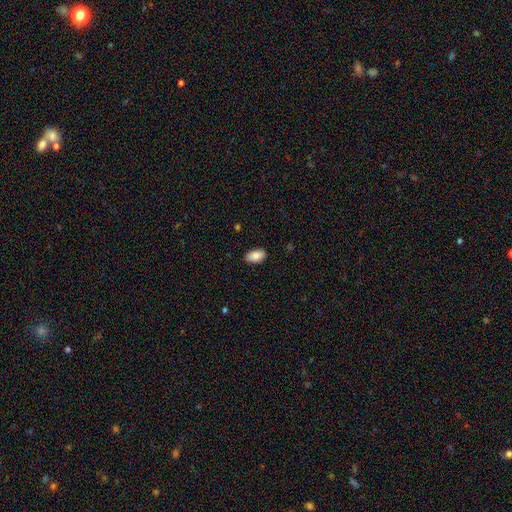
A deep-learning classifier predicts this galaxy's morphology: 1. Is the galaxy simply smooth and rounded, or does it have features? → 87% smooth, 7% star or artifact, 6% featured or disk.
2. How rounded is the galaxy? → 94% in between, 4% round, 2% cigar-shaped.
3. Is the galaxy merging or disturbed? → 86% none, 11% minor disturbance, 2% major disturbance, 1% merger.